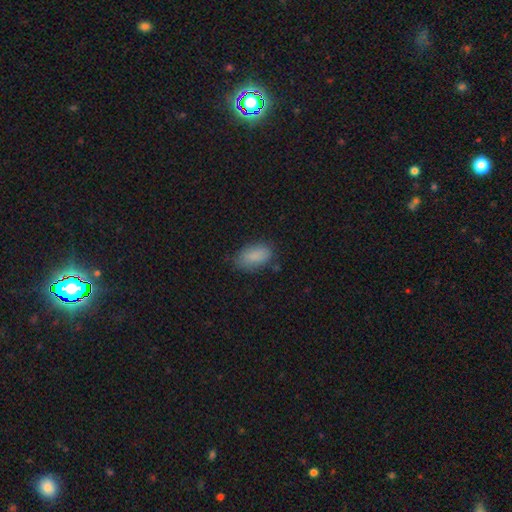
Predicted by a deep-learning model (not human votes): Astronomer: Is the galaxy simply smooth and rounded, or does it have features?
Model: smooth — 86%.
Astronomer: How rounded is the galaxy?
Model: in between — 92%.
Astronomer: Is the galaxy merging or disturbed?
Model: none — 72%.